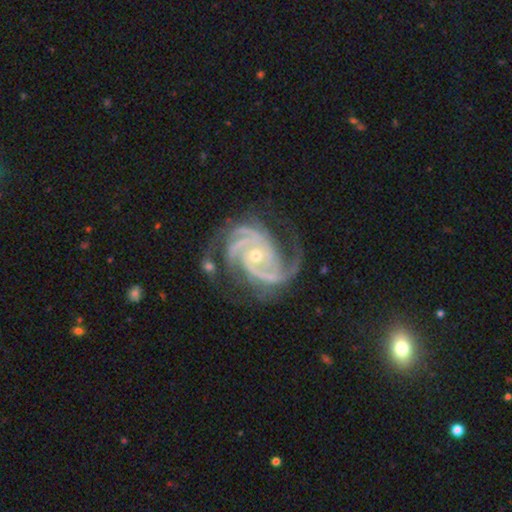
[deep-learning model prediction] A featured or disk galaxy (93%) with no bar (67%), 3 (49%) tight (55%) spiral arms (99%) and a small central bulge (55%).

Vote fractions:
- Smooth or featured? featured or disk: 93% / star or artifact: 4% / smooth: 2%
- Edge-on disk? no: 98% / yes: 2%
- Bar? no: 67% / weak: 22% / strong: 11%
- Spiral arms? yes: 99% / no: 1%
- Spiral winding? tight: 55% / medium: 39% / loose: 6%
- Spiral arm count? 3: 49% / 4: 18% / 2: 14% / can't tell: 7% / more than 4: 6% / 1: 5%
- Bulge size? small: 55% / moderate: 43% / large: 1% / none: 1% / dominant: 1%
- Merging? none: 66% / minor disturbance: 21% / major disturbance: 11% / merger: 2%